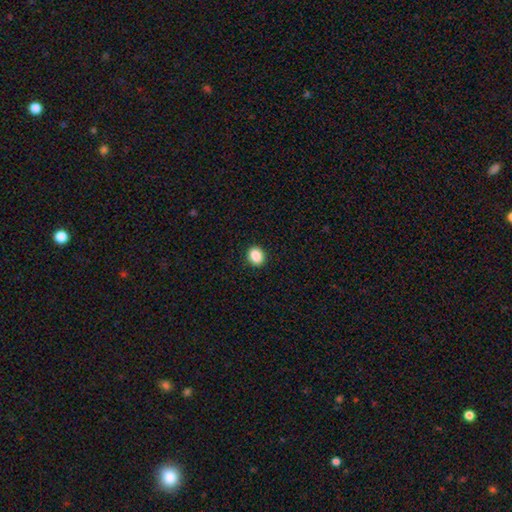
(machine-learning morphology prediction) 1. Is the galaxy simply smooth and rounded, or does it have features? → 88% smooth, 9% star or artifact, 3% featured or disk.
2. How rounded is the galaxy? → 63% round, 36% in between, 1% cigar-shaped.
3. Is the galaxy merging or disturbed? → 92% none, 6% minor disturbance, 2% major disturbance, 1% merger.